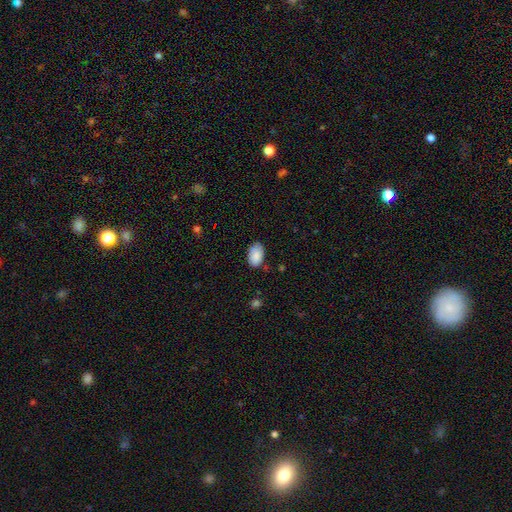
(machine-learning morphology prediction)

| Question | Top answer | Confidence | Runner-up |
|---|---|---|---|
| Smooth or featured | smooth | 87% | star or artifact (7%) |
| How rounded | in between | 93% | round (6%) |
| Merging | none | 75% | minor disturbance (20%) |